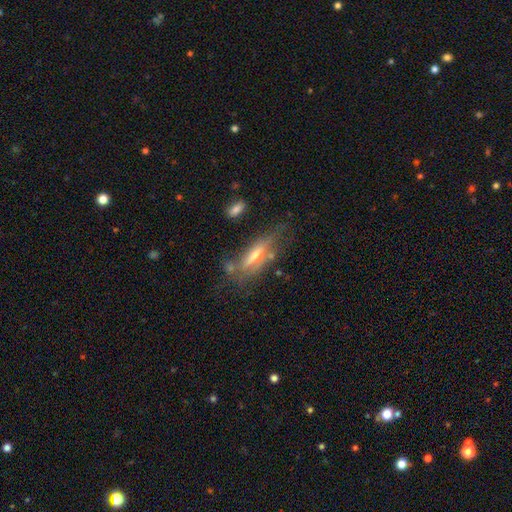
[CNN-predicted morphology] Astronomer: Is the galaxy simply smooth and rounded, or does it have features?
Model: featured or disk — 61%.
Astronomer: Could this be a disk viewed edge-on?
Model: yes — 67%.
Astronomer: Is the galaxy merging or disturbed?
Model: none — 54%.